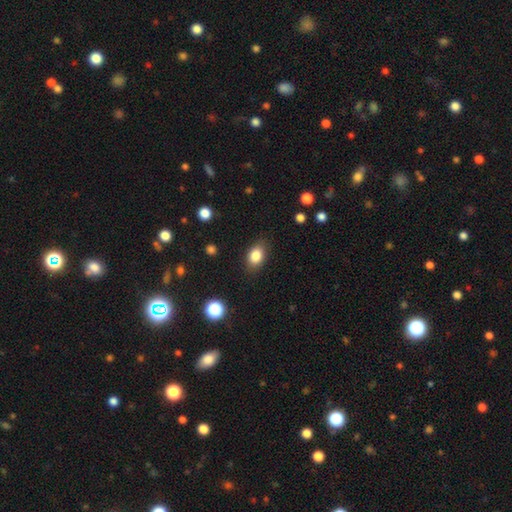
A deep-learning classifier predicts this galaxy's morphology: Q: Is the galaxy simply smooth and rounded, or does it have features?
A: smooth — 85%.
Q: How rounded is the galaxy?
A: in between — 83%.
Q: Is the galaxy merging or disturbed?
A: none — 83%.